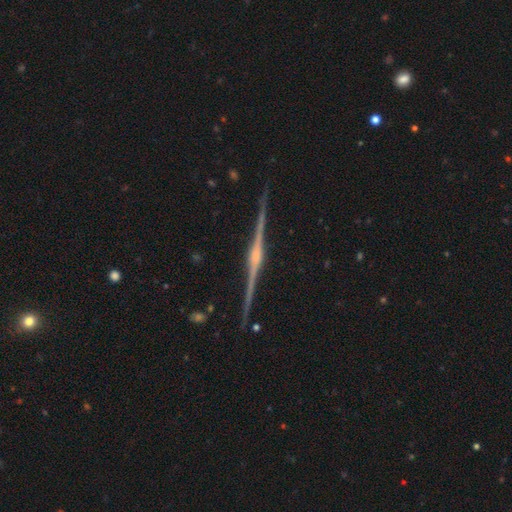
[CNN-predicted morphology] Q: Smooth or featured?
A: featured or disk (90%); runner-up: star or artifact (5%)
Q: Edge-on disk?
A: yes (99%); runner-up: no (1%)
Q: Edge-on bulge?
A: rounded (79%); runner-up: boxy (14%)
Q: Merging?
A: none (91%); runner-up: minor disturbance (6%)